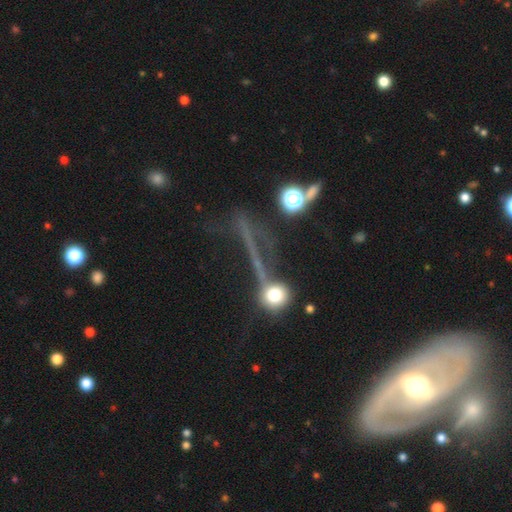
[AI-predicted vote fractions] A featured or disk galaxy (40%).

Vote fractions:
- Smooth or featured? featured or disk: 40% / star or artifact: 36% / smooth: 24%
- Merging? none: 55% / merger: 15% / major disturbance: 15% / minor disturbance: 15%